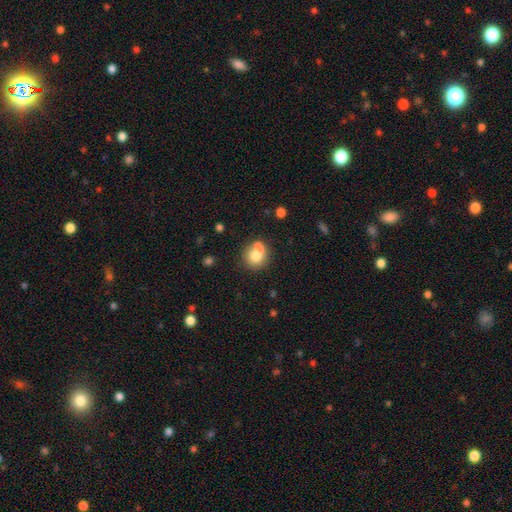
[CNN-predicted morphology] smooth 73%, featured or disk 18%, star or artifact 10%. Down the decision tree: how rounded — round (79%); merging — merger (42%).